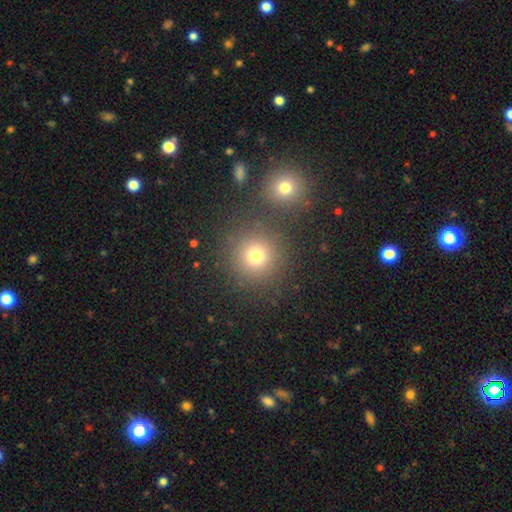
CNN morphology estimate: A smooth galaxy with no disk features (74%) that is round (93%).

Vote fractions:
- Smooth or featured? smooth: 74% / star or artifact: 17% / featured or disk: 9%
- How rounded? round: 93% / in between: 6% / cigar-shaped: 1%
- Merging? none: 78% / merger: 11% / minor disturbance: 7% / major disturbance: 3%